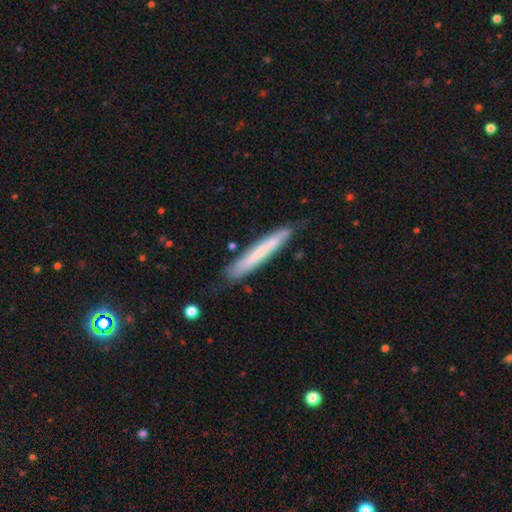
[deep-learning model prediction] Morphology: type=smooth (54%); roundness=cigar-shaped (95%); merging=none (79%).